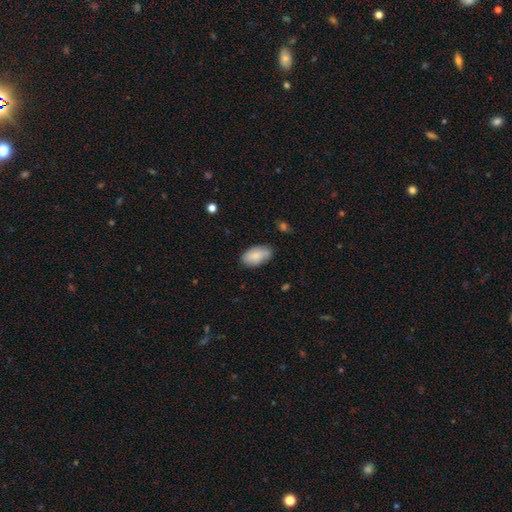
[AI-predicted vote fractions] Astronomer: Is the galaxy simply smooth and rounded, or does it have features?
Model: smooth — 83%.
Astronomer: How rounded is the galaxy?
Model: in between — 94%.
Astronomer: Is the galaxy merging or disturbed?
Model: none — 75%.